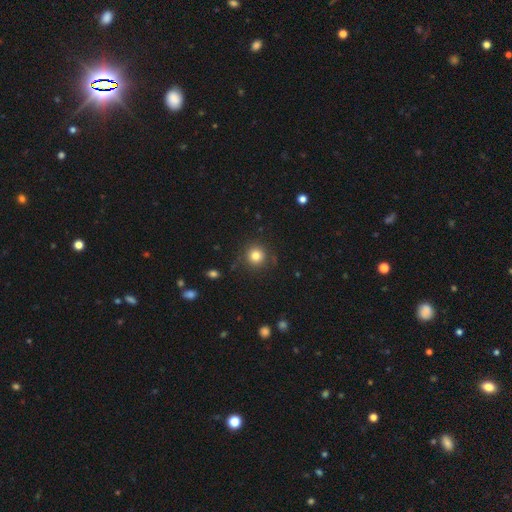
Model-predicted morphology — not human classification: This appears to be a smooth galaxy with no disk features (80%) that is round (93%). Merging: none (86%).